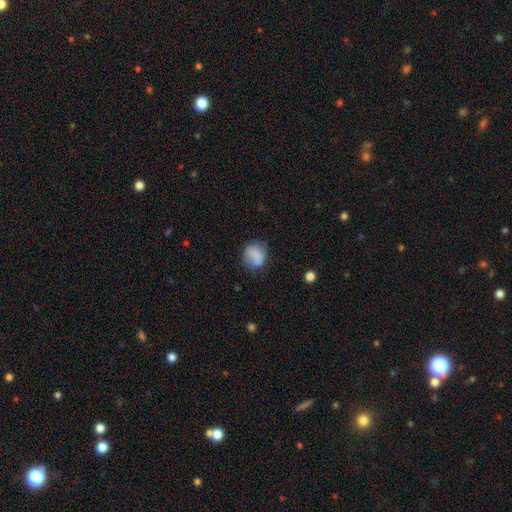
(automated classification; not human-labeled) Smooth or featured?
  - smooth: 80% *
  - featured or disk: 11%
  - star or artifact: 9%
How rounded?
  - round: 64% *
  - in between: 35%
  - cigar-shaped: 1%
Merging?
  - none: 62% *
  - minor disturbance: 25%
  - major disturbance: 10%
  - merger: 3%